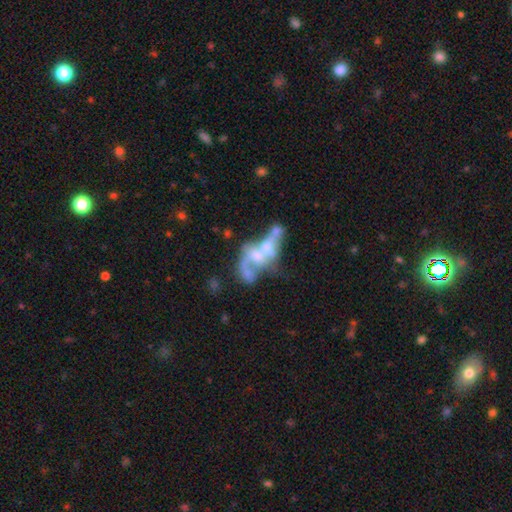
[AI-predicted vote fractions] The model was most divided on "bulge size": moderate: 36%, none: 33%, small: 20%, large: 9%, dominant: 2%. More confident: edge-on disk — no (95%); bar — no (81%); spiral arms — no (77%); merging — merger (62%); smooth or featured — featured or disk (61%).